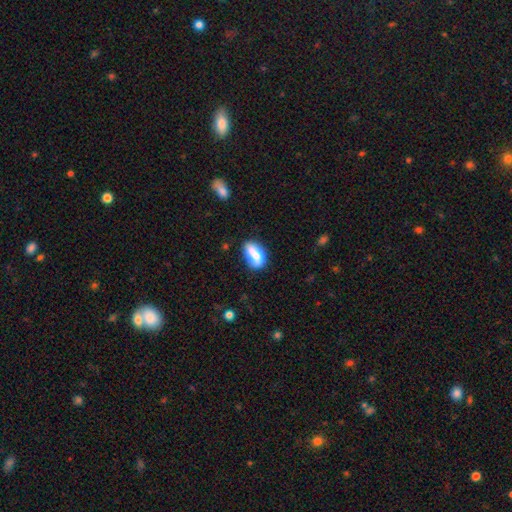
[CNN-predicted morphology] This appears to be a smooth galaxy with no disk features (78%) that is in between round and cigar-shaped (87%). Merging: none (64%).